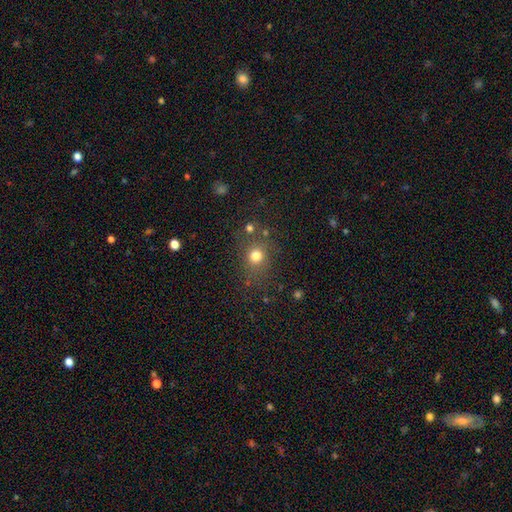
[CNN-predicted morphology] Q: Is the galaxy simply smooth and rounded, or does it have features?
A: smooth — 74%.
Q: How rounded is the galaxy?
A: round — 79%.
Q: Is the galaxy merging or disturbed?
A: none — 74%.